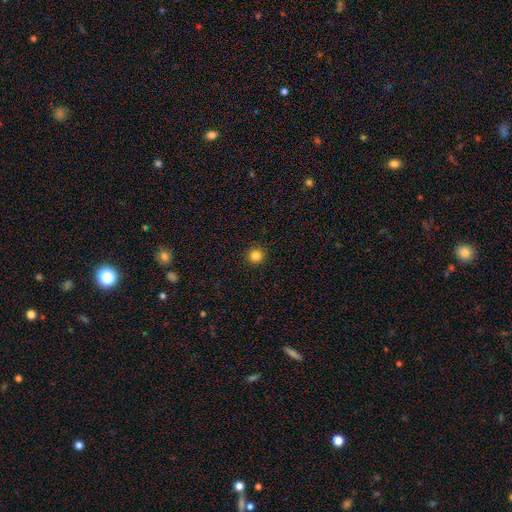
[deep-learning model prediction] Smooth or featured?
  - smooth: 83% *
  - star or artifact: 13%
  - featured or disk: 4%
How rounded?
  - round: 96% *
  - in between: 4%
  - cigar-shaped: 1%
Merging?
  - none: 93% *
  - minor disturbance: 4%
  - major disturbance: 2%
  - merger: 1%